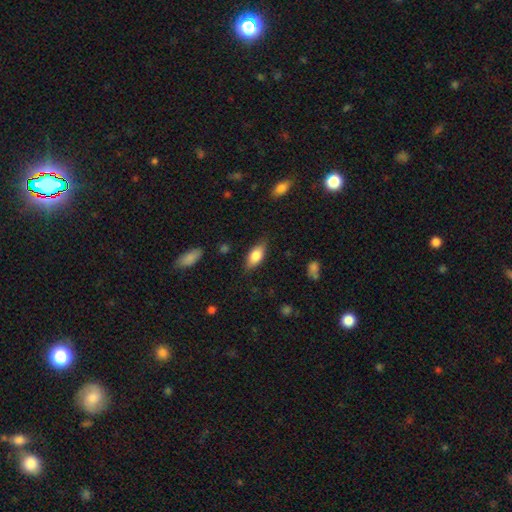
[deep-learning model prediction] A smooth galaxy with no disk features (77%) that is in between round and cigar-shaped (85%).

Vote fractions:
- Smooth or featured? smooth: 77% / featured or disk: 16% / star or artifact: 7%
- How rounded? in between: 85% / cigar-shaped: 12% / round: 3%
- Merging? none: 79% / minor disturbance: 16% / major disturbance: 3% / merger: 1%